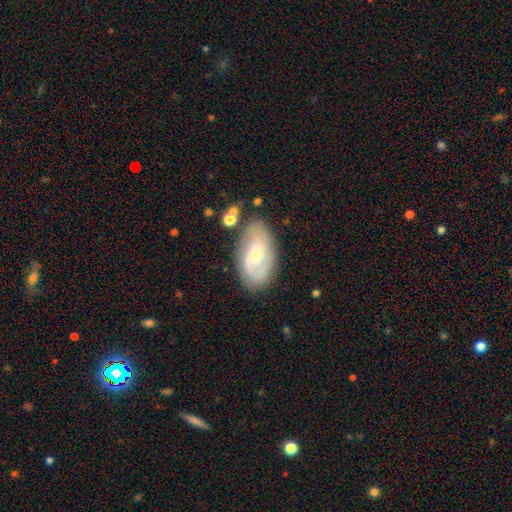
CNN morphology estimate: The model was most divided on "spiral winding": tight: 43%, medium: 40%, loose: 17%. More confident: edge-on disk — no (95%); spiral arms — yes (88%); merging — none (70%); smooth or featured — featured or disk (67%); bulge size — small (63%); bar — no (59%); spiral arm count — 2 (58%).